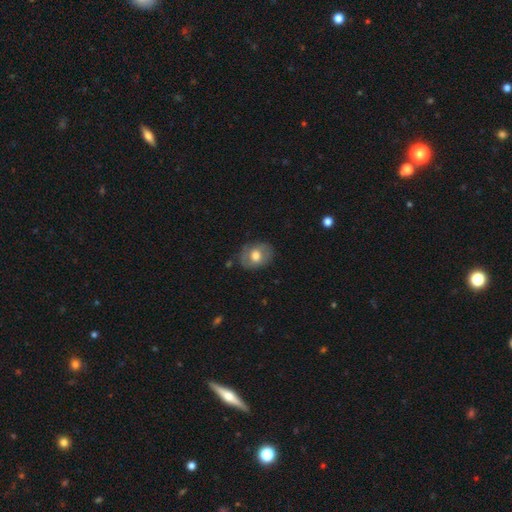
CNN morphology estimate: smooth-or-featured: smooth: 62% | featured or disk: 31% | star or artifact: 7%
  how-rounded: in between: 55% | round: 44% | cigar-shaped: 1%
  merging: none: 74% | minor disturbance: 18% | major disturbance: 6% | merger: 2%